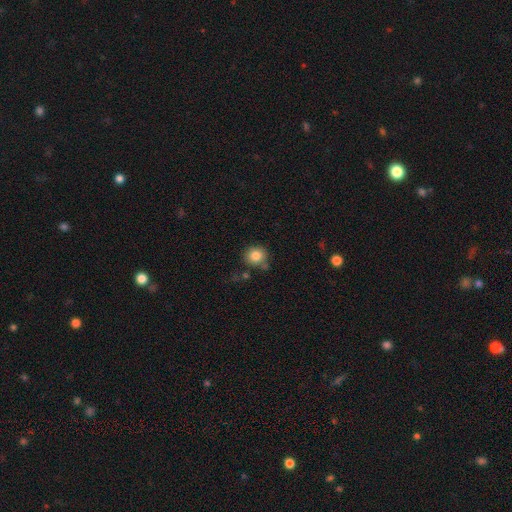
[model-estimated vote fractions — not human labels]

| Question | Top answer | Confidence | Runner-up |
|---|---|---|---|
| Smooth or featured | smooth | 83% | star or artifact (10%) |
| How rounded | round | 87% | in between (12%) |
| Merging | none | 72% | minor disturbance (15%) |